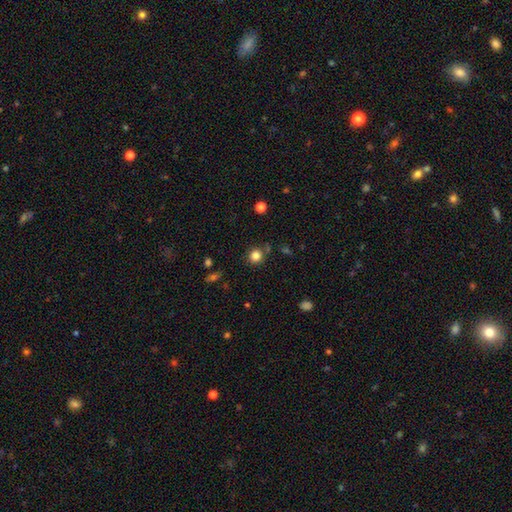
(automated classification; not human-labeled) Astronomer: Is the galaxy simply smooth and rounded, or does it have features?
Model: smooth — 83%.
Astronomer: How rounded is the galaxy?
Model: round — 90%.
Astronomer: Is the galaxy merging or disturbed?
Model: none — 81%.